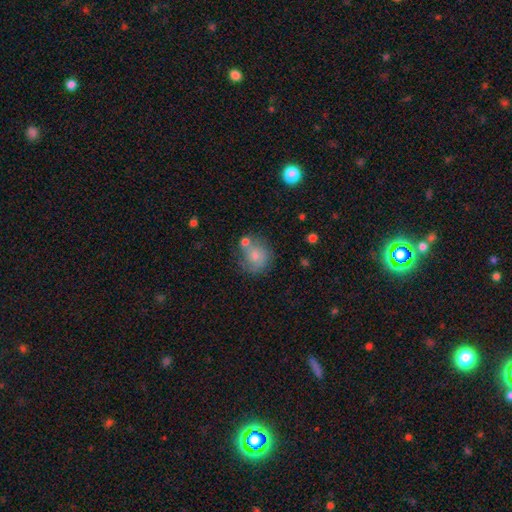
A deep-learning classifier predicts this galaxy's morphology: The model was most divided on "merging": none: 46%, merger: 22%, minor disturbance: 21%, major disturbance: 12%. More confident: how rounded — round (73%); smooth or featured — smooth (59%).